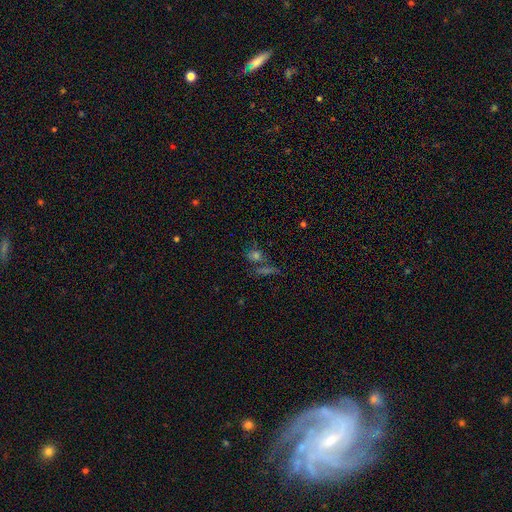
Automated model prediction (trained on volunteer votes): The model was most divided on "smooth or featured": smooth: 46%, star or artifact: 33%, featured or disk: 21%. More confident: merging — none (59%).